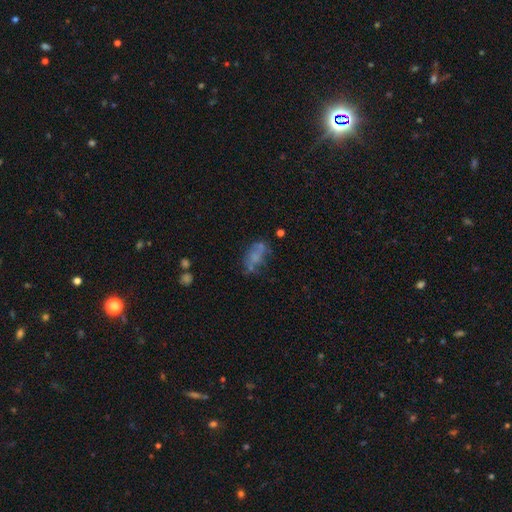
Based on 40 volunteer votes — Smooth or featured? featured or disk (65%)
Edge-on disk? no (96%)
Bar? no (88%)
Spiral arms? no (72%)
Bulge size? none (44%)
Merging? none (47%)